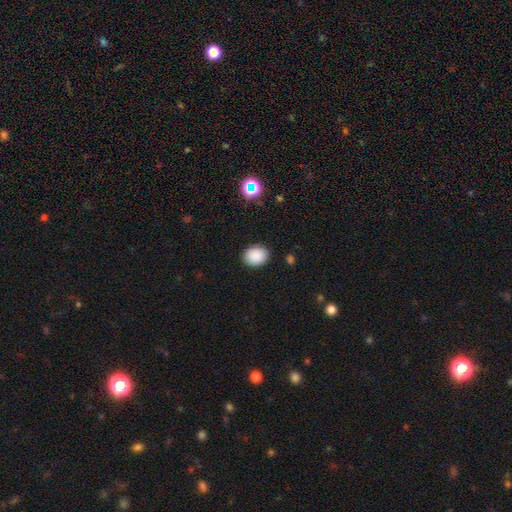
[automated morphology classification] Smooth or featured?
  - smooth: 88% *
  - star or artifact: 9%
  - featured or disk: 3%
How rounded?
  - round: 55% *
  - in between: 44%
  - cigar-shaped: 1%
Merging?
  - none: 89% *
  - minor disturbance: 8%
  - major disturbance: 2%
  - merger: 1%